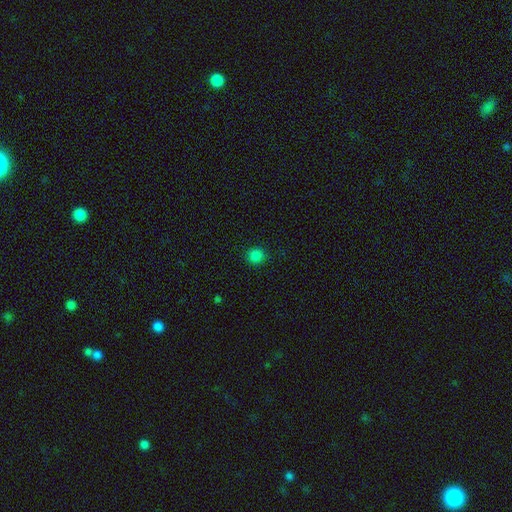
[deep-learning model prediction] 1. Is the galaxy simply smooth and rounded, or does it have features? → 84% smooth, 14% star or artifact, 2% featured or disk.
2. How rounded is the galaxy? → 90% round, 9% in between, 1% cigar-shaped.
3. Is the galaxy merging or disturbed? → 90% none, 6% minor disturbance, 2% major disturbance, 1% merger.